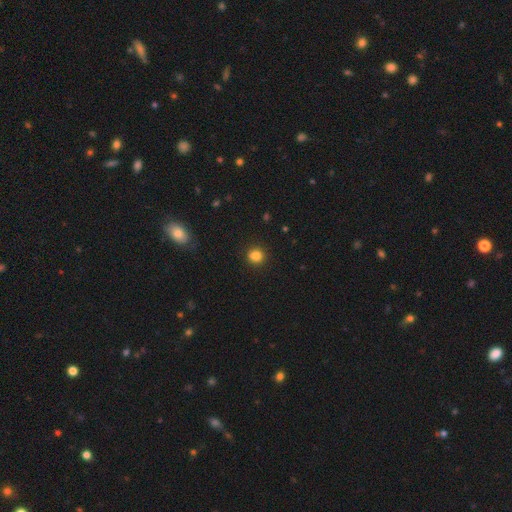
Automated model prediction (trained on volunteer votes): The model was most divided on "how rounded": round: 81%, in between: 18%, cigar-shaped: 1%. More confident: merging — none (89%); smooth or featured — smooth (85%).